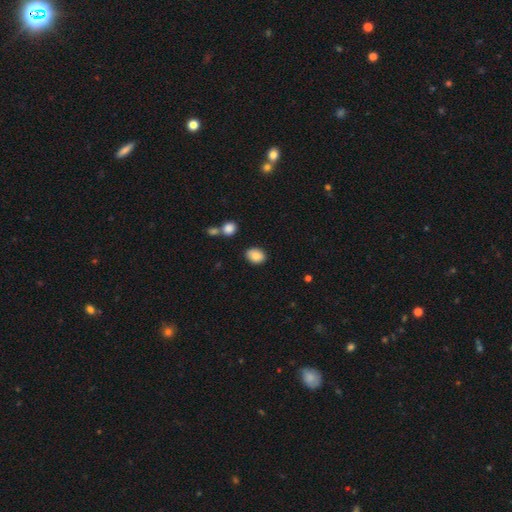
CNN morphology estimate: smooth_or_featured: smooth (p=0.86) [alt: star or artifact p=0.08]
how_rounded: in between (p=0.65) [alt: round p=0.34]
merging: none (p=0.84) [alt: minor disturbance p=0.10]